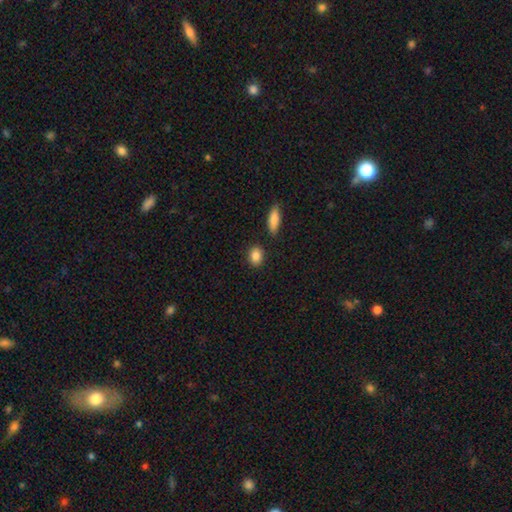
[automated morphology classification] Smooth or featured? Predicted: smooth (p=0.87). How rounded? Predicted: in between (p=0.61). Merging? Predicted: none (p=0.86).